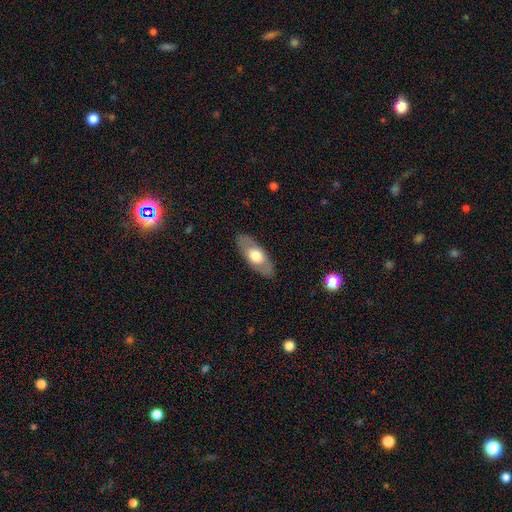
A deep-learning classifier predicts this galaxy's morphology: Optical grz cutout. It shows a smooth galaxy with no disk features (55%) that is in between round and cigar-shaped (83%). Merging: none (86%).